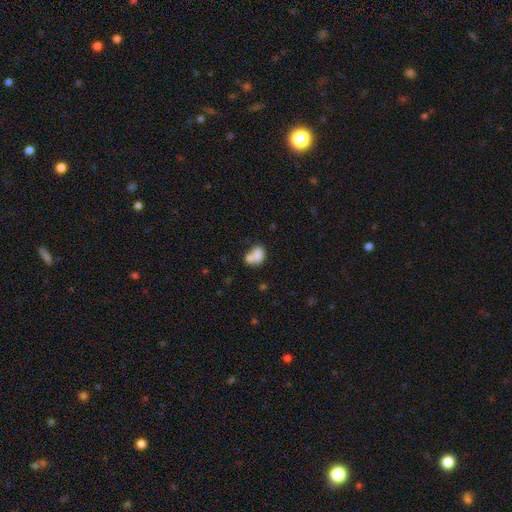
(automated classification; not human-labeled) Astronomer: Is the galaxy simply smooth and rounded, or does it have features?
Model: smooth — 76%.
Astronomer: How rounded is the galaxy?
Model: in between — 68%.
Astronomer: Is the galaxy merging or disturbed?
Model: merger — 57%.